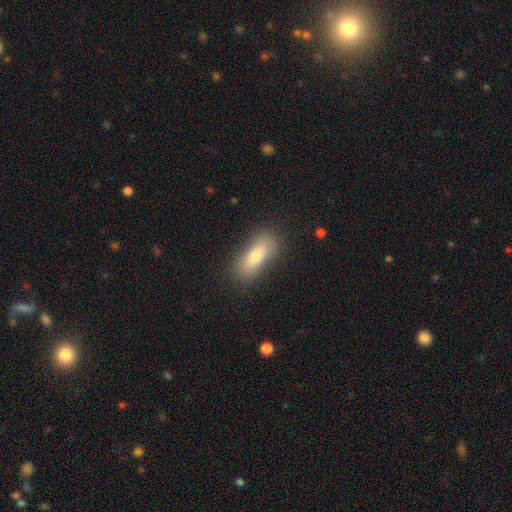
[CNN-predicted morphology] Smooth or featured? Predicted: smooth (p=0.78). How rounded? Predicted: in between (p=0.65). Merging? Predicted: none (p=0.82).